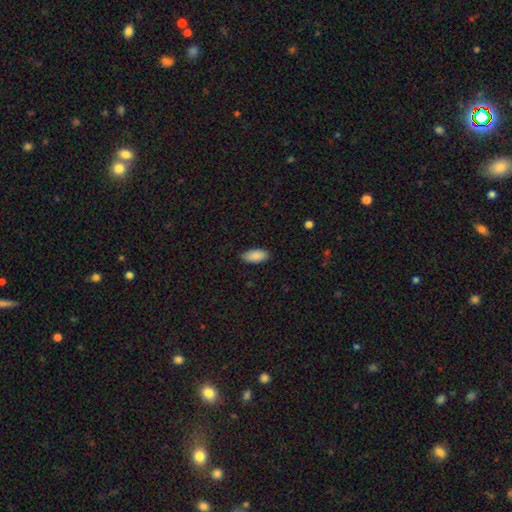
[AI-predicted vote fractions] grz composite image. It shows a smooth galaxy with no disk features (90%) that is in between round and cigar-shaped (90%). Merging: none (87%).